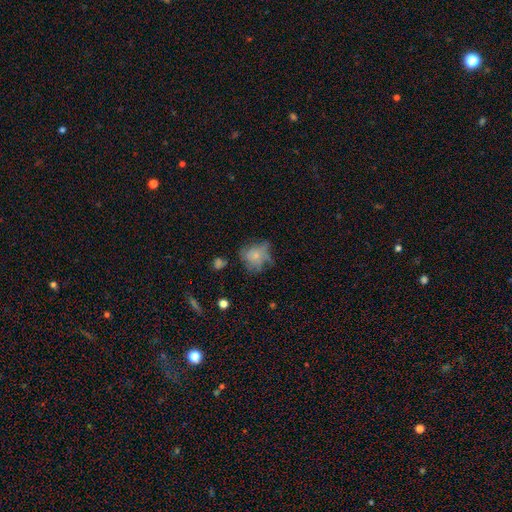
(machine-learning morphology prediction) smooth_or_featured: smooth (p=0.58) [alt: featured or disk p=0.30]
how_rounded: round (p=0.64) [alt: in between p=0.34]
merging: none (p=0.44) [alt: minor disturbance p=0.30]